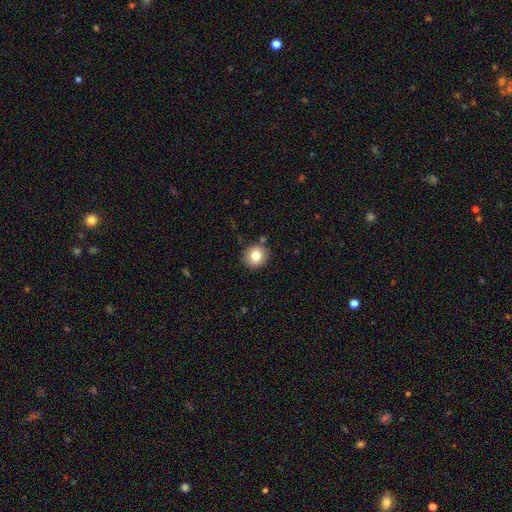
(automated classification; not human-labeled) Smooth or featured?
  - smooth: 80% *
  - star or artifact: 10%
  - featured or disk: 10%
How rounded?
  - round: 85% *
  - in between: 14%
  - cigar-shaped: 1%
Merging?
  - none: 86% *
  - minor disturbance: 9%
  - merger: 3%
  - major disturbance: 2%